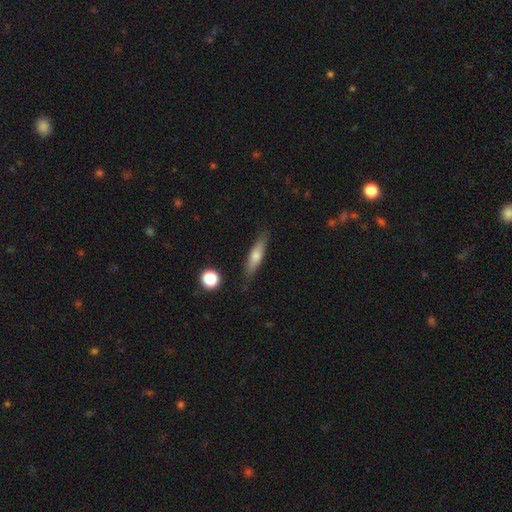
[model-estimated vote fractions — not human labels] Smooth or featured: smooth — 59% (featured or disk — 34%)
How rounded: cigar-shaped — 76% (in between — 21%)
Merging: none — 84% (minor disturbance — 12%)